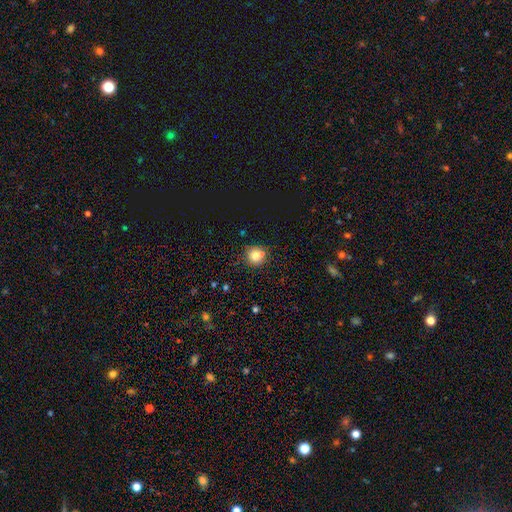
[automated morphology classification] smooth-or-featured: smooth: 76% | star or artifact: 14% | featured or disk: 10%
  how-rounded: round: 89% | in between: 10% | cigar-shaped: 1%
  merging: none: 71% | minor disturbance: 13% | merger: 12% | major disturbance: 3%